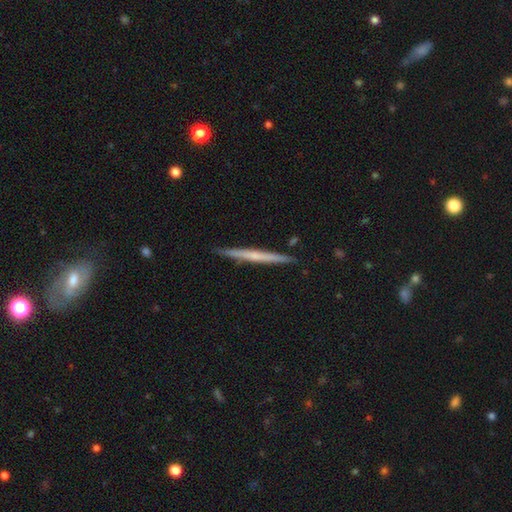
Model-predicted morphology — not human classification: This appears to be a featured or disk galaxy (54%) viewed edge-on (97%) with no central bulge (73%). Merging: none (90%).